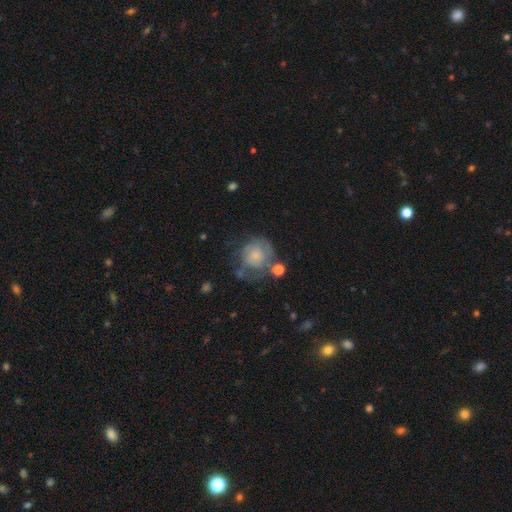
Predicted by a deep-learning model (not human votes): Smooth or featured?
  - featured or disk: 46% *
  - smooth: 45%
  - star or artifact: 9%
Merging?
  - none: 41% *
  - minor disturbance: 25%
  - major disturbance: 24%
  - merger: 10%